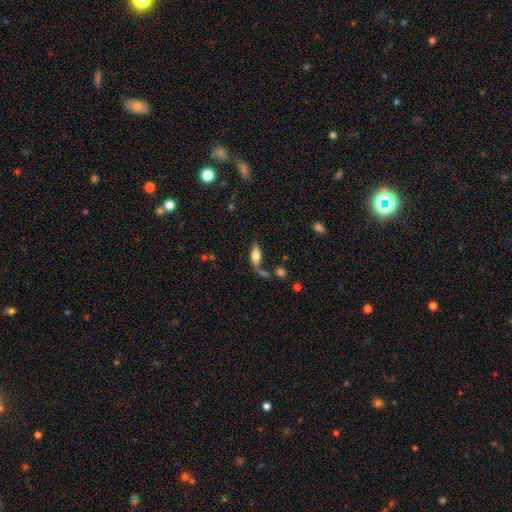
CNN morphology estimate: The model was most divided on "smooth or featured": smooth: 58%, featured or disk: 34%, star or artifact: 8%. More confident: how rounded — in between (69%); merging — none (58%).